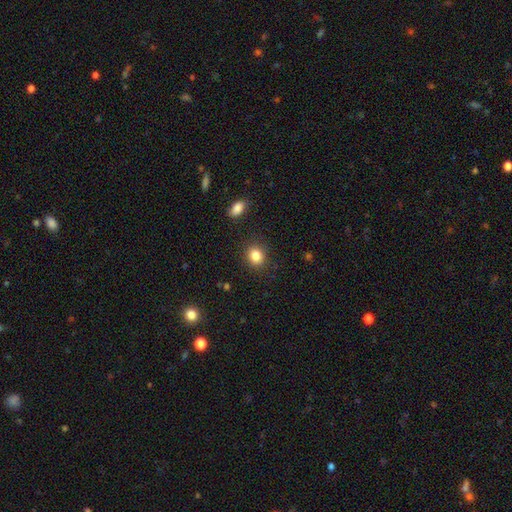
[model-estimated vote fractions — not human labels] This appears to be a smooth galaxy with no disk features (85%) that is round (71%). Merging: none (87%).